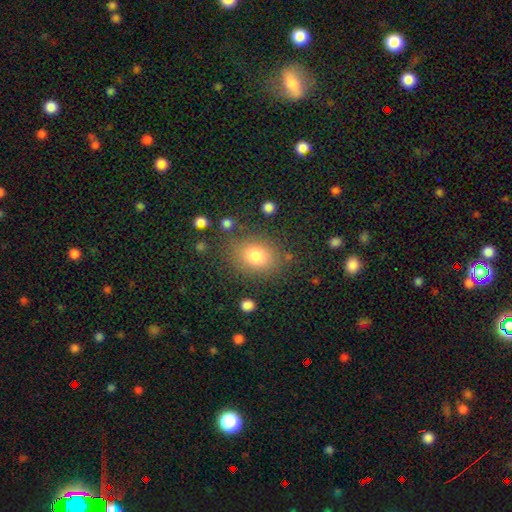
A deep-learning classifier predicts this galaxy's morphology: Smooth or featured: smooth — 80% (star or artifact — 11%)
How rounded: in between — 52% (round — 47%)
Merging: none — 78% (minor disturbance — 13%)